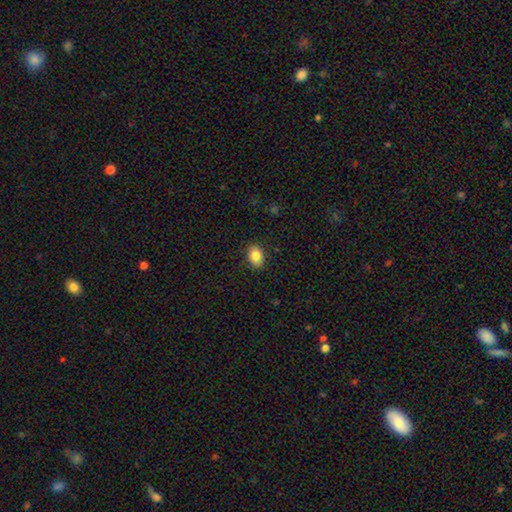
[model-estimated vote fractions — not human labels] smooth-or-featured: smooth: 85% | star or artifact: 9% | featured or disk: 7%
  how-rounded: in between: 77% | round: 22% | cigar-shaped: 1%
  merging: none: 88% | minor disturbance: 9% | major disturbance: 2% | merger: 1%